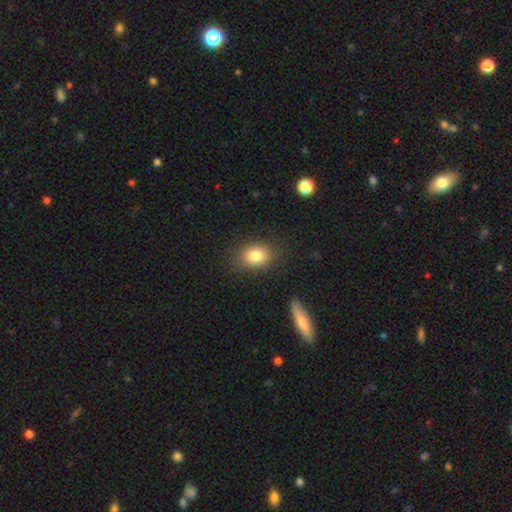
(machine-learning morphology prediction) This appears to be a smooth galaxy with no disk features (83%) that is in between round and cigar-shaped (62%). Merging: none (82%).